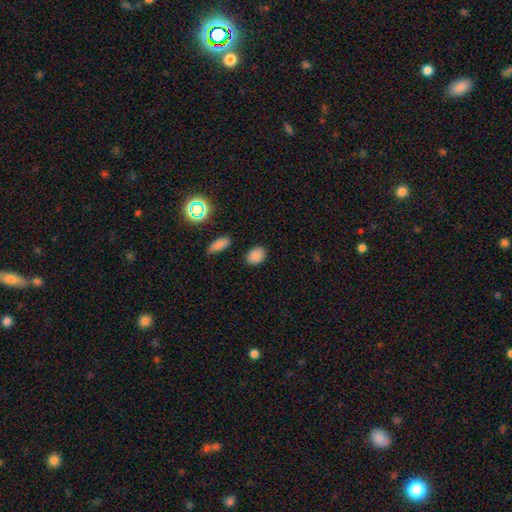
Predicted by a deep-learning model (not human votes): A smooth galaxy with no disk features (85%) that is in between round and cigar-shaped (72%).

Vote fractions:
- Smooth or featured? smooth: 85% / star or artifact: 11% / featured or disk: 4%
- How rounded? in between: 72% / round: 27% / cigar-shaped: 1%
- Merging? none: 87% / minor disturbance: 9% / major disturbance: 3% / merger: 2%